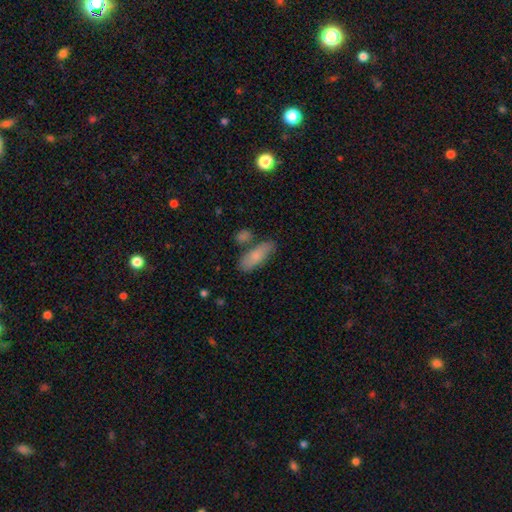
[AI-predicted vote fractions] Overall: smooth (77%). How rounded: in between (68%; cigar-shaped 29%). Merging: none (67%).